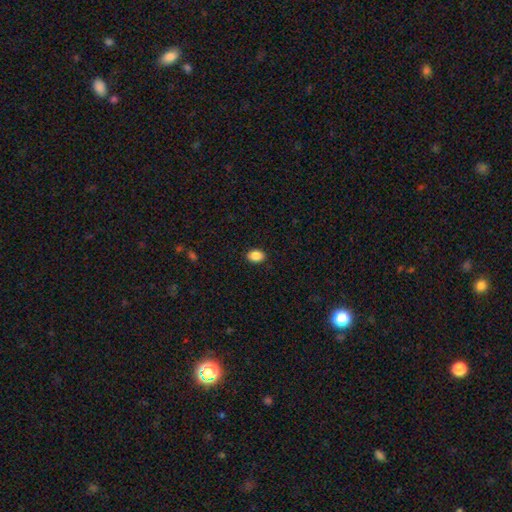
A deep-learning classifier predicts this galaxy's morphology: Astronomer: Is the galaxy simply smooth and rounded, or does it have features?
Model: smooth — 88%.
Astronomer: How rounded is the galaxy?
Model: in between — 77%.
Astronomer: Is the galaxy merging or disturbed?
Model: none — 89%.